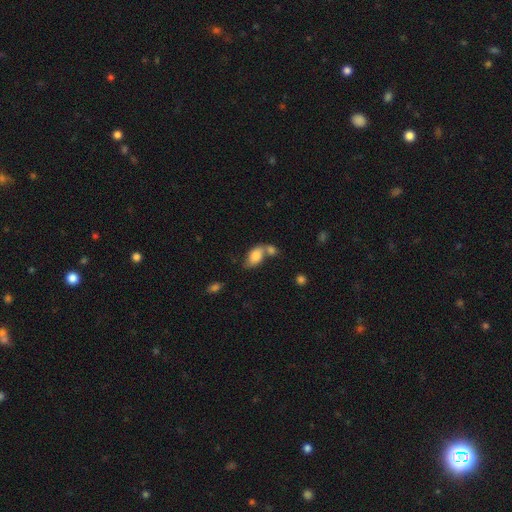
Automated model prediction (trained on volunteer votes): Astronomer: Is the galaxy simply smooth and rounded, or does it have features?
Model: smooth — 79%.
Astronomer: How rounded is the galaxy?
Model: in between — 90%.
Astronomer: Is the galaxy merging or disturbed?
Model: merger — 43% (runner-up: none, 36%).